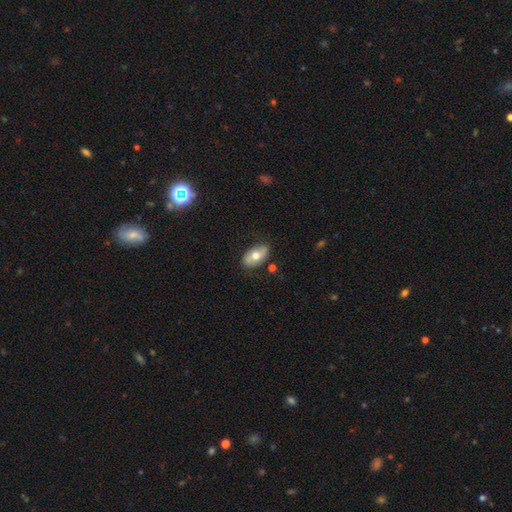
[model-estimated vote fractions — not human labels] Morphology: type=smooth (61%); roundness=in between (92%); merging=none (78%).